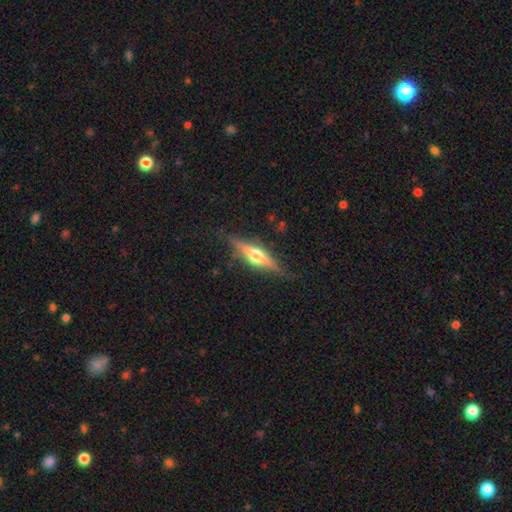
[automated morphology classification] Q: Smooth or featured?
A: featured or disk (71%); runner-up: smooth (23%)
Q: Edge-on disk?
A: yes (96%); runner-up: no (4%)
Q: Edge-on bulge?
A: rounded (93%); runner-up: boxy (4%)
Q: Merging?
A: none (85%); runner-up: minor disturbance (11%)